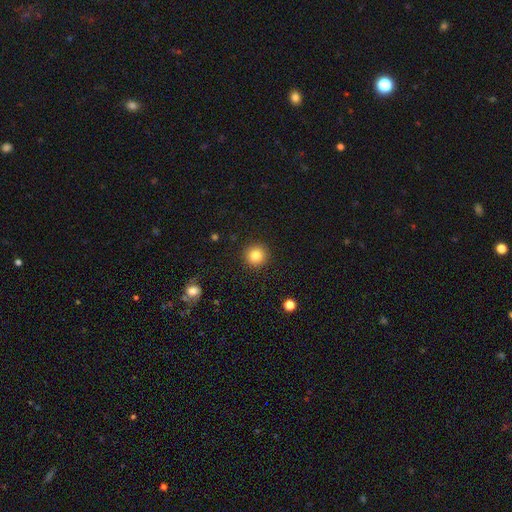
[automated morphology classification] Smooth or featured?
  - smooth: 83% *
  - star or artifact: 11%
  - featured or disk: 6%
How rounded?
  - round: 95% *
  - in between: 4%
  - cigar-shaped: 1%
Merging?
  - none: 92% *
  - minor disturbance: 5%
  - major disturbance: 2%
  - merger: 1%